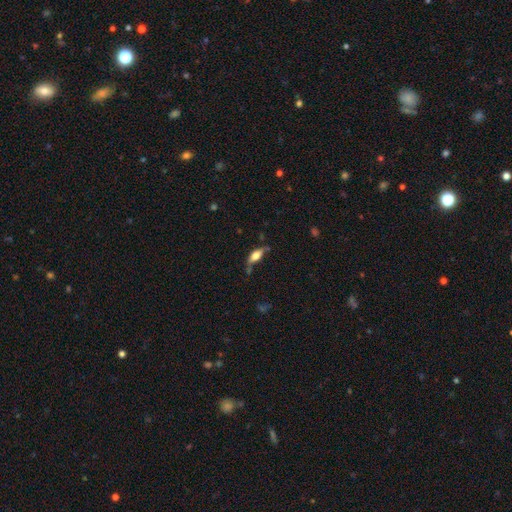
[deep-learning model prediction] This is possibly a smooth galaxy (59%). How rounded: likely in between (69%). Merging: possibly none (59%).